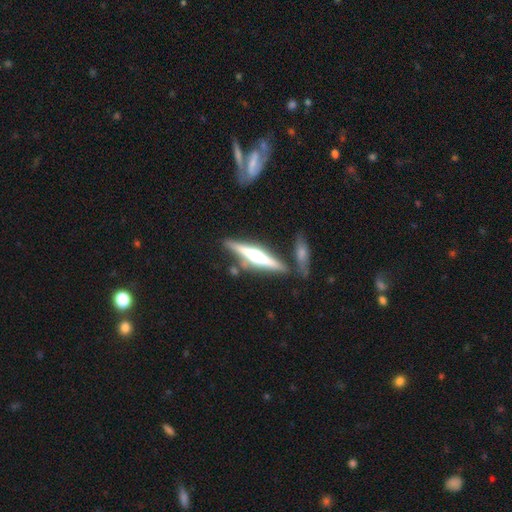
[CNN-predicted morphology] Smooth or featured?
  - featured or disk: 71% *
  - smooth: 24%
  - star or artifact: 6%
Edge-on disk?
  - yes: 96% *
  - no: 4%
Edge-on bulge?
  - rounded: 83% *
  - boxy: 10%
  - none: 7%
Merging?
  - none: 76% *
  - minor disturbance: 11%
  - merger: 10%
  - major disturbance: 3%